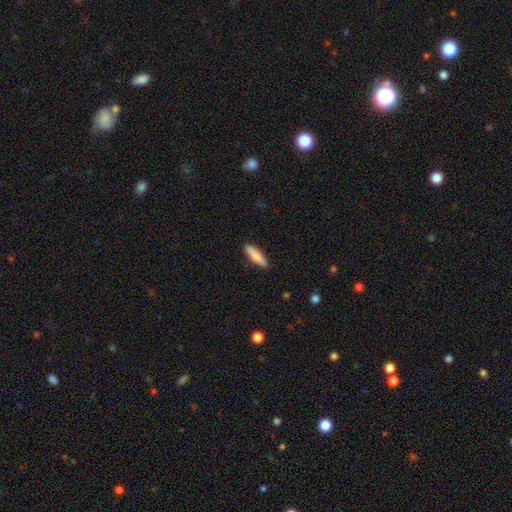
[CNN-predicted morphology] A smooth galaxy with no disk features (83%) that is cigar-shaped (67%).

Vote fractions:
- Smooth or featured? smooth: 83% / featured or disk: 11% / star or artifact: 6%
- How rounded? cigar-shaped: 67% / in between: 31% / round: 2%
- Merging? none: 89% / minor disturbance: 8% / major disturbance: 2% / merger: 1%